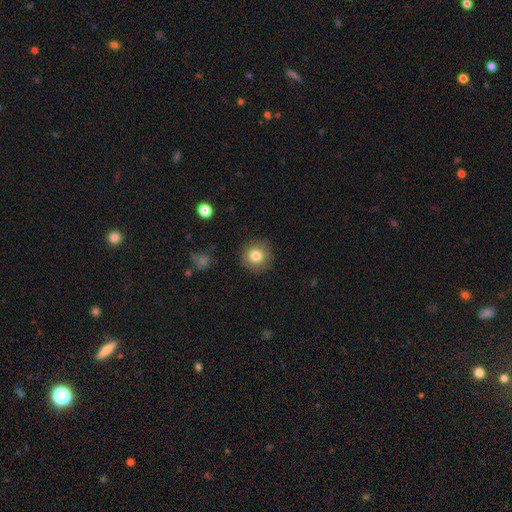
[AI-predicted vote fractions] This appears to be a smooth galaxy with no disk features (81%) that is round (93%). Merging: none (89%).